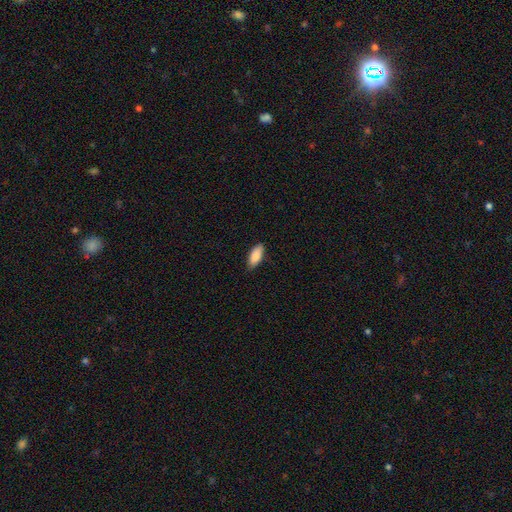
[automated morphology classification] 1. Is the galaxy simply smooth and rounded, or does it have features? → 88% smooth, 6% star or artifact, 6% featured or disk.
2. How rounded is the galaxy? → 82% in between, 17% cigar-shaped, 2% round.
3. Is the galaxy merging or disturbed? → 84% none, 13% minor disturbance, 2% major disturbance, 1% merger.